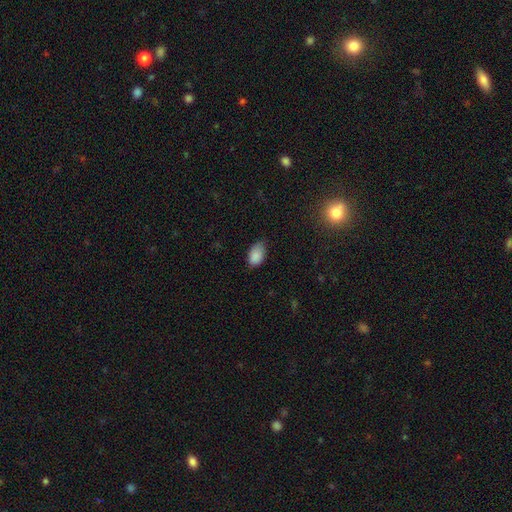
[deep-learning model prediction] Smooth or featured? smooth (87%)
How rounded? in between (92%)
Merging? none (64%)